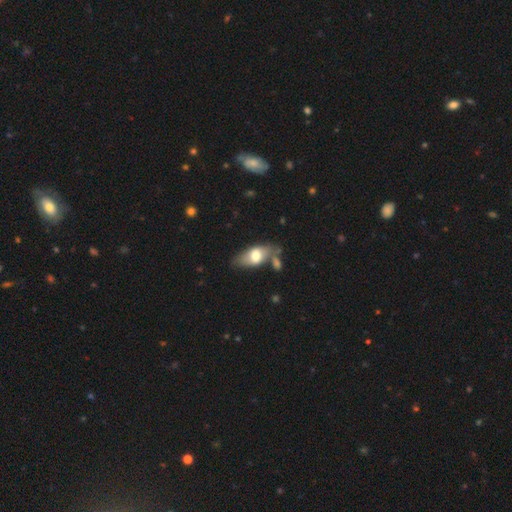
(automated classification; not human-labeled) smooth 63%, featured or disk 31%, star or artifact 6%. Down the decision tree: how rounded — in between (89%); merging — none (57%).